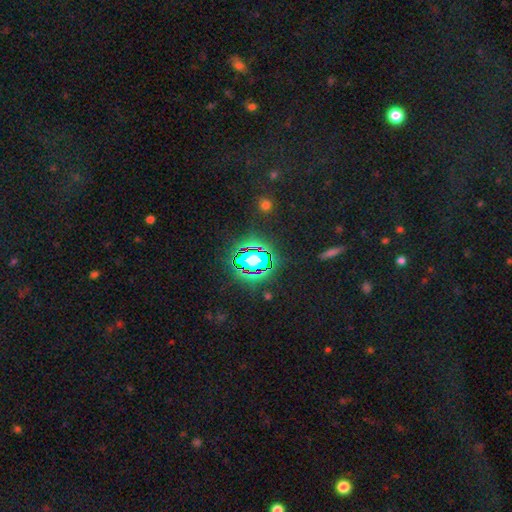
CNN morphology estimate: star or artifact 76%, smooth 15%, featured or disk 9%.